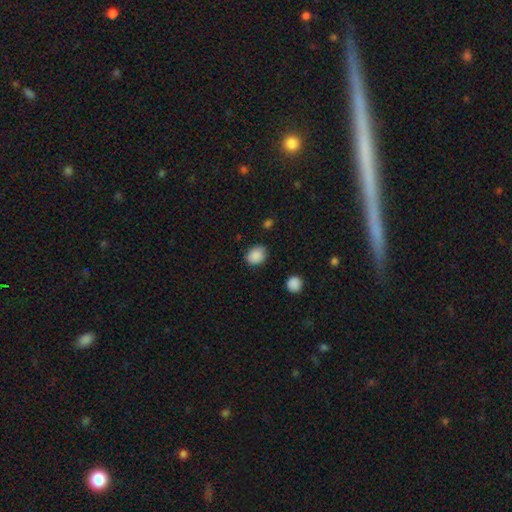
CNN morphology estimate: This appears to be a smooth galaxy with no disk features (88%) that is round (52%). Merging: none (81%).